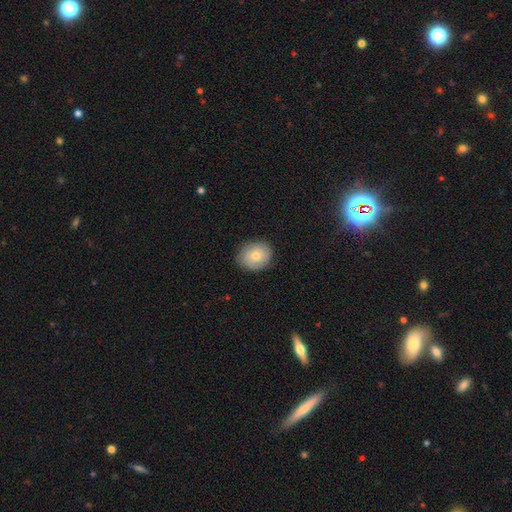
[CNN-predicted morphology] Overall: smooth (69%). How rounded: round (65%; in between 34%). Merging: none (83%).